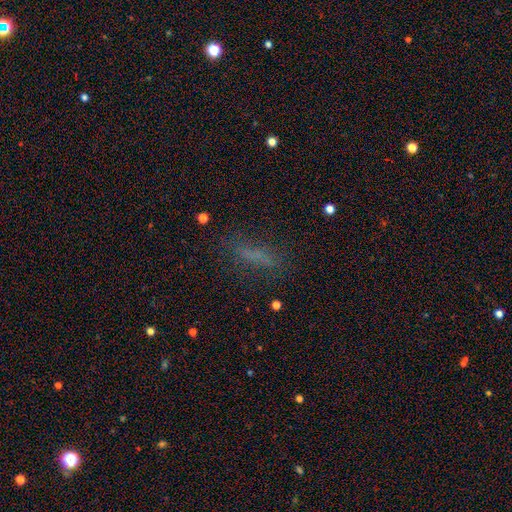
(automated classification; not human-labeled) The model was most divided on "smooth or featured": smooth: 59%, star or artifact: 20%, featured or disk: 20%. More confident: how rounded — cigar-shaped (75%); merging — none (72%).